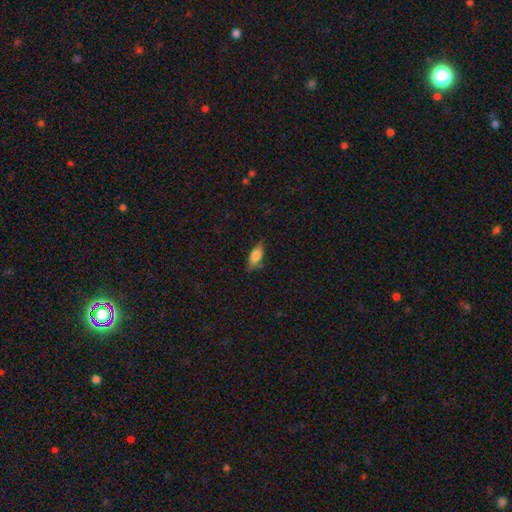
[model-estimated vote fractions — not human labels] Smooth or featured? smooth (72%)
How rounded? in between (76%)
Merging? none (72%)